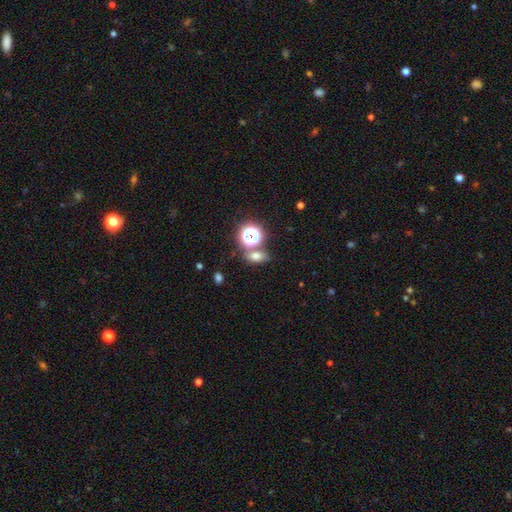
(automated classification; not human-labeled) Smooth or featured: smooth — 64% (star or artifact — 25%)
How rounded: in between — 67% (round — 28%)
Merging: none — 67% (merger — 17%)